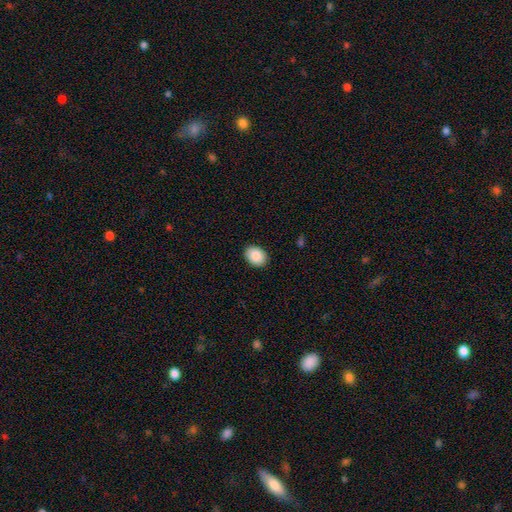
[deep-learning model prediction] A smooth galaxy with no disk features (89%) that is in between round and cigar-shaped (67%). Merging: none (90%).